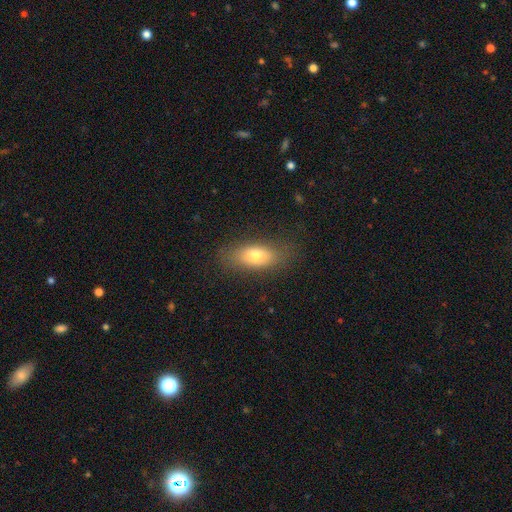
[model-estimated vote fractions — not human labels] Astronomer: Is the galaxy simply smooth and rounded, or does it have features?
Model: smooth — 73%.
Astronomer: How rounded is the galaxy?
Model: in between — 80%.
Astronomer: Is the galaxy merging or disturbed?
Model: none — 81%.